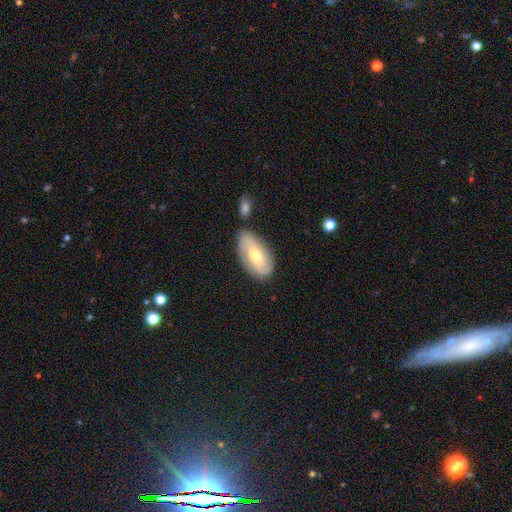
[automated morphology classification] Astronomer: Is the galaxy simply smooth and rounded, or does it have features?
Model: featured or disk — 51% (runner-up: smooth, 42%).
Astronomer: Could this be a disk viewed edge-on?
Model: no — 89%.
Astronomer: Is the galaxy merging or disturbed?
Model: none — 72%.